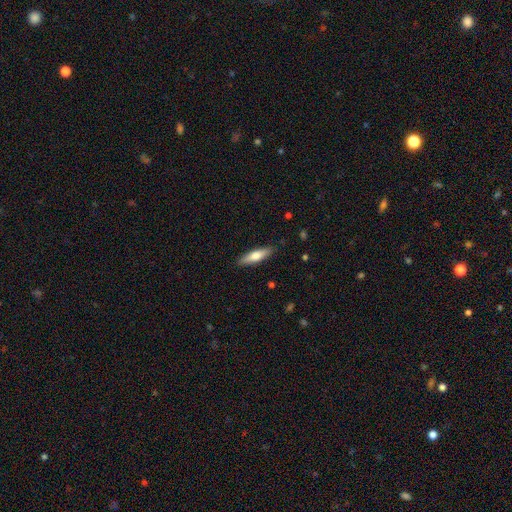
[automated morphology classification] type=smooth (64%); roundness=cigar-shaped (67%); merging=none (89%).